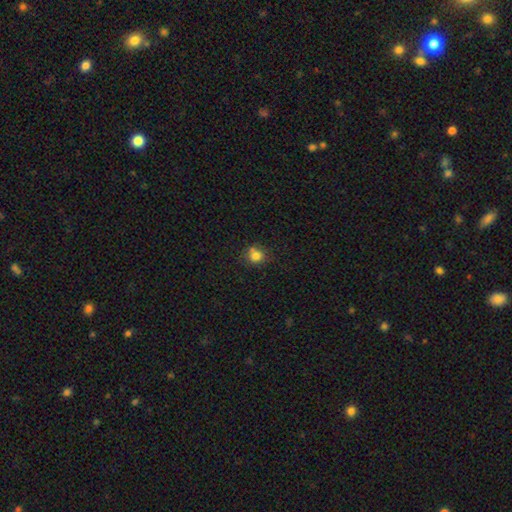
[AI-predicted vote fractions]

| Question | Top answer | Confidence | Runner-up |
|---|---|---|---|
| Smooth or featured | smooth | 79% | star or artifact (12%) |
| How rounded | round | 80% | in between (19%) |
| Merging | none | 60% | merger (20%) |